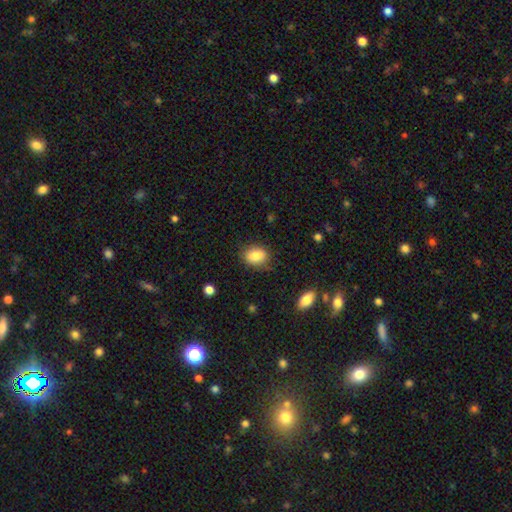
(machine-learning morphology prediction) smooth 83%, star or artifact 9%, featured or disk 8%. Down the decision tree: how rounded — in between (66%); merging — none (79%).